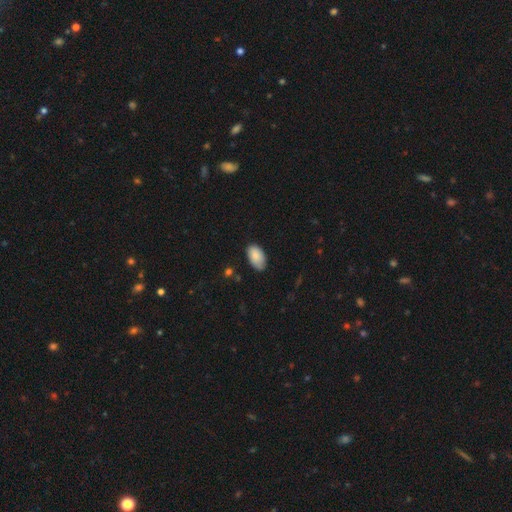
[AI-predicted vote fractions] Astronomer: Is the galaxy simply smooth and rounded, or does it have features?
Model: smooth — 85%.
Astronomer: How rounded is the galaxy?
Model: in between — 95%.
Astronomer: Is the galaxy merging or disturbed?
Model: none — 73%.